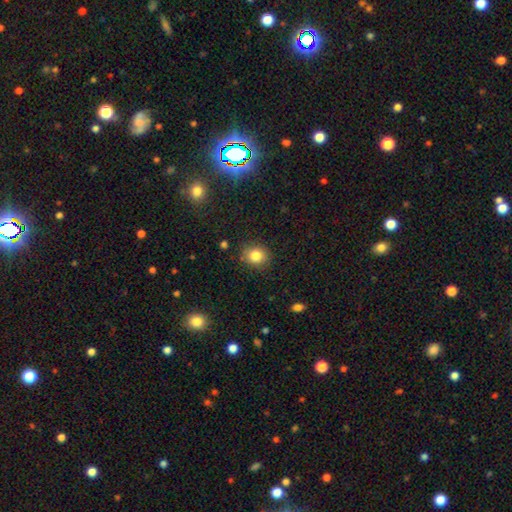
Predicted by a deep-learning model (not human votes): A smooth galaxy with no disk features (82%) that is round (75%).

Vote fractions:
- Smooth or featured? smooth: 82% / star or artifact: 11% / featured or disk: 7%
- How rounded? round: 75% / in between: 24% / cigar-shaped: 1%
- Merging? none: 86% / minor disturbance: 10% / major disturbance: 3% / merger: 1%